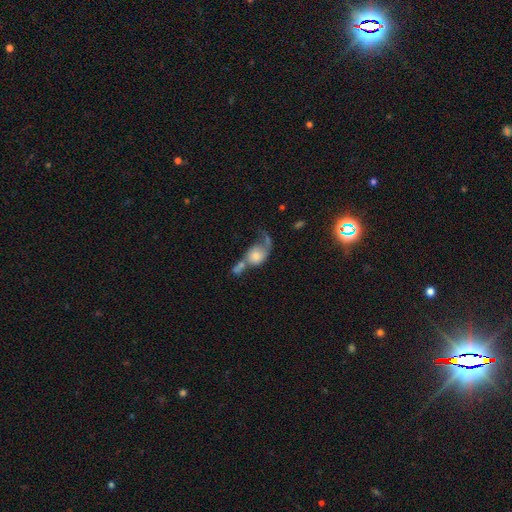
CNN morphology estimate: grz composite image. It shows a featured or disk galaxy (45%). Merging: merger (50%).